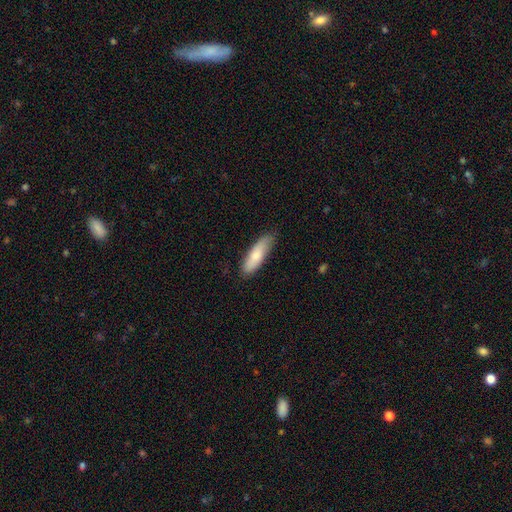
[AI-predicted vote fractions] A smooth galaxy with no disk features (76%) that is cigar-shaped (55%).

Vote fractions:
- Smooth or featured? smooth: 76% / featured or disk: 18% / star or artifact: 6%
- How rounded? cigar-shaped: 55% / in between: 43% / round: 2%
- Merging? none: 77% / minor disturbance: 18% / major disturbance: 3% / merger: 1%